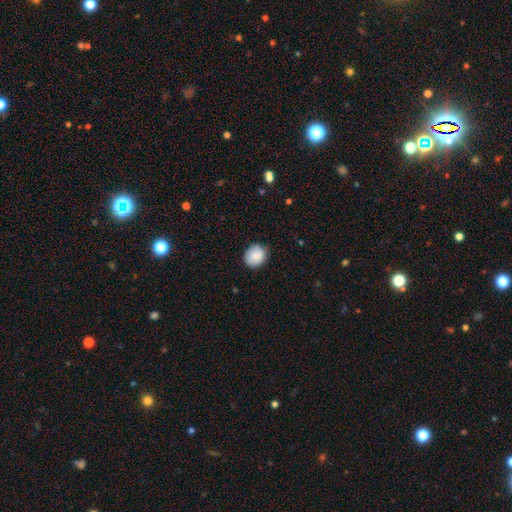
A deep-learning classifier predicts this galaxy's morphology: type=smooth (85%); roundness=round (71%); merging=none (85%).